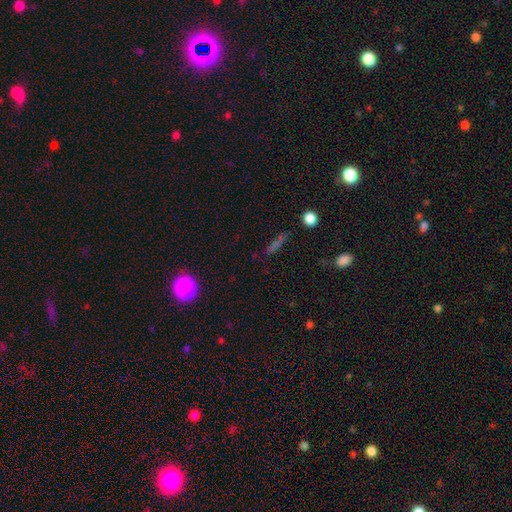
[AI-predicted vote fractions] smooth_or_featured: smooth (p=0.50) [alt: star or artifact p=0.38]
merging: none (p=0.78) [alt: minor disturbance p=0.12]